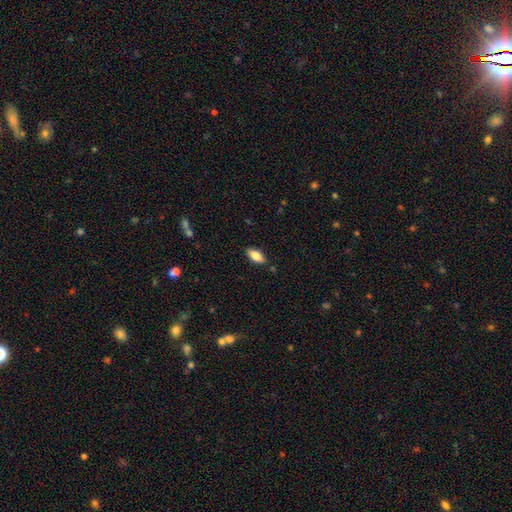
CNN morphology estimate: The model was most divided on "smooth or featured": smooth: 81%, featured or disk: 12%, star or artifact: 7%. More confident: merging — none (85%); how rounded — in between (85%).